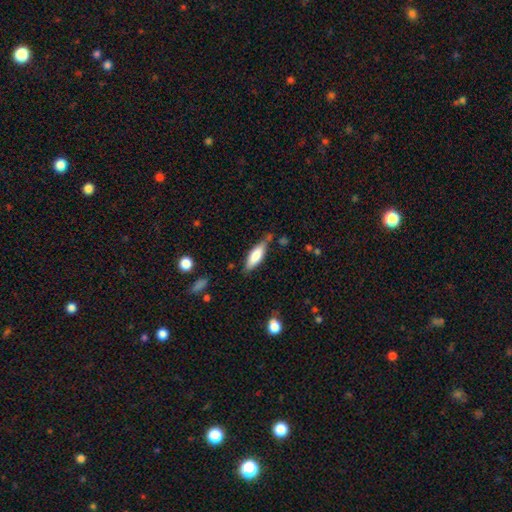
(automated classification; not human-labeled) Morphology: type=smooth (75%); roundness=in between (54%); merging=none (69%).